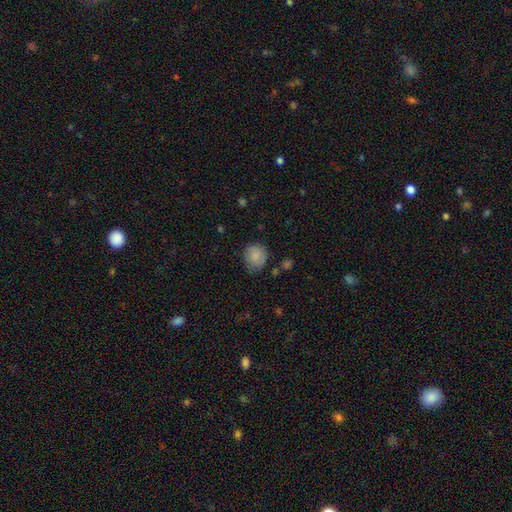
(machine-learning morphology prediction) A smooth galaxy with no disk features (85%) that is round (80%). Merging: none (72%).